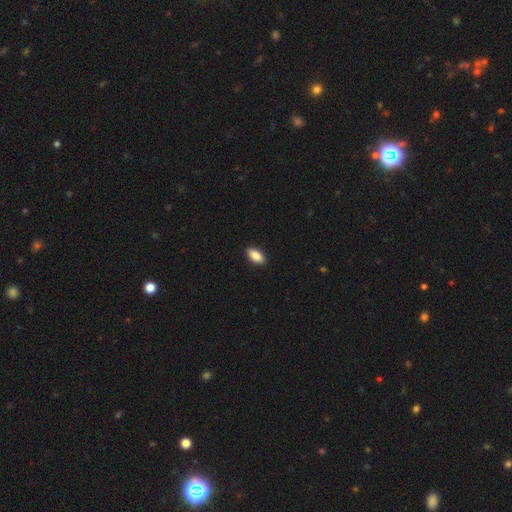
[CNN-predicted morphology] This is clearly a smooth galaxy (89%). How rounded: clearly in between (92%). Merging: clearly none (91%).